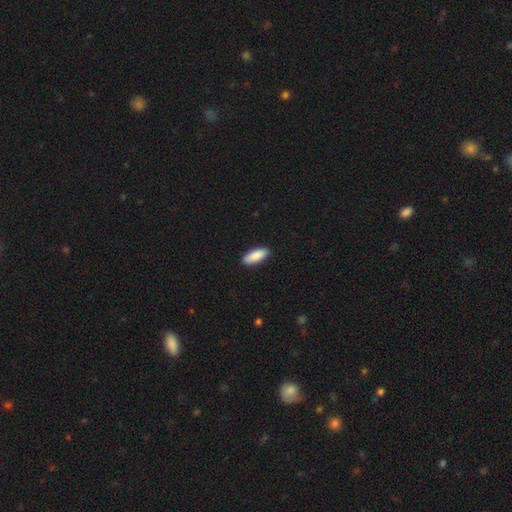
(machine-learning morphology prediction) Smooth or featured?
  - smooth: 89% *
  - featured or disk: 6%
  - star or artifact: 5%
How rounded?
  - in between: 75% *
  - cigar-shaped: 23%
  - round: 2%
Merging?
  - none: 90% *
  - minor disturbance: 7%
  - major disturbance: 2%
  - merger: 1%